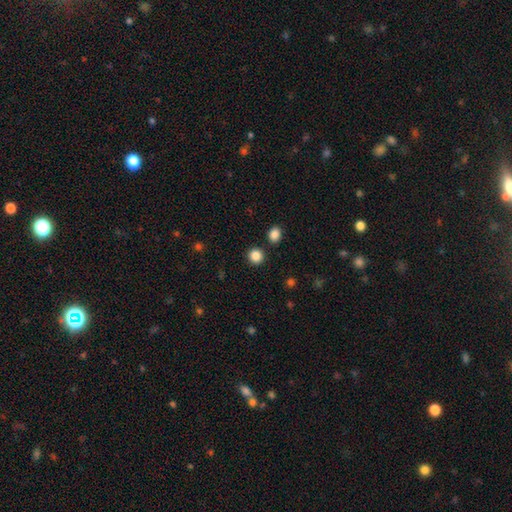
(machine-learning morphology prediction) Smooth or featured? smooth (86%)
How rounded? round (92%)
Merging? none (89%)